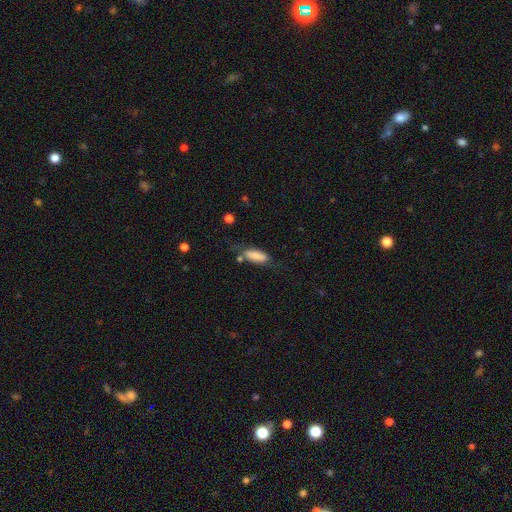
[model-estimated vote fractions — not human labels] Smooth or featured: smooth — 81% (featured or disk — 12%)
How rounded: in between — 69% (cigar-shaped — 28%)
Merging: none — 59% (minor disturbance — 24%)